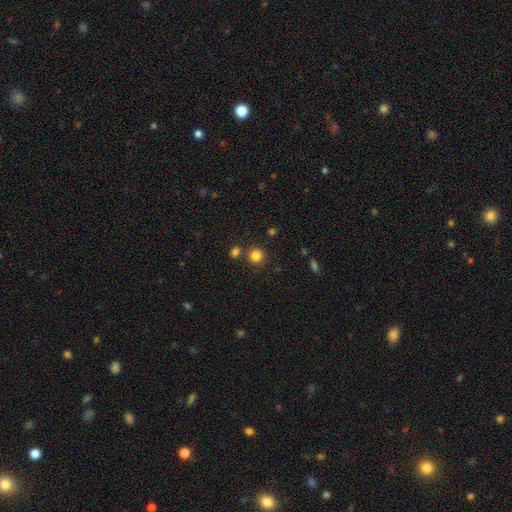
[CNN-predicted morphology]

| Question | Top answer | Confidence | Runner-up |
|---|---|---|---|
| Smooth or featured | smooth | 83% | star or artifact (13%) |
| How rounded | round | 92% | in between (7%) |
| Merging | none | 82% | merger (9%) |